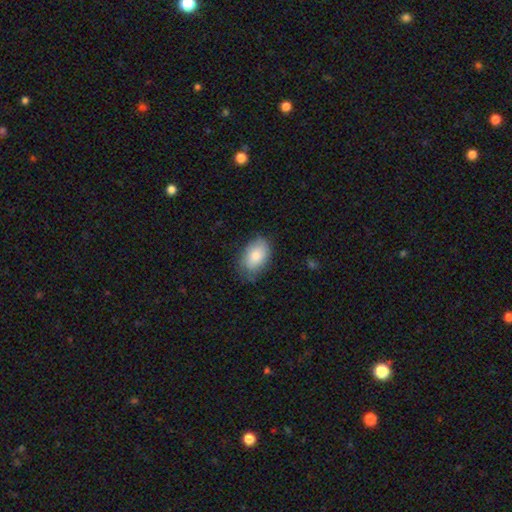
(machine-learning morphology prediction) A smooth galaxy with no disk features (80%) that is in between round and cigar-shaped (90%).

Vote fractions:
- Smooth or featured? smooth: 80% / featured or disk: 14% / star or artifact: 6%
- How rounded? in between: 90% / round: 9% / cigar-shaped: 1%
- Merging? none: 67% / minor disturbance: 25% / major disturbance: 6% / merger: 1%